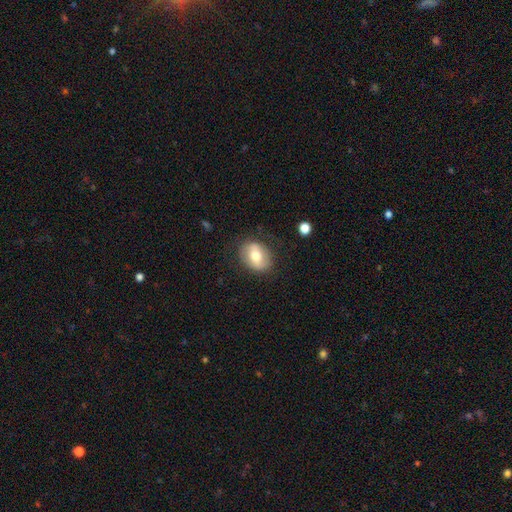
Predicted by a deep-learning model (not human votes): smooth 60%, featured or disk 33%, star or artifact 7%. Down the decision tree: how rounded — in between (61%); merging — none (79%).